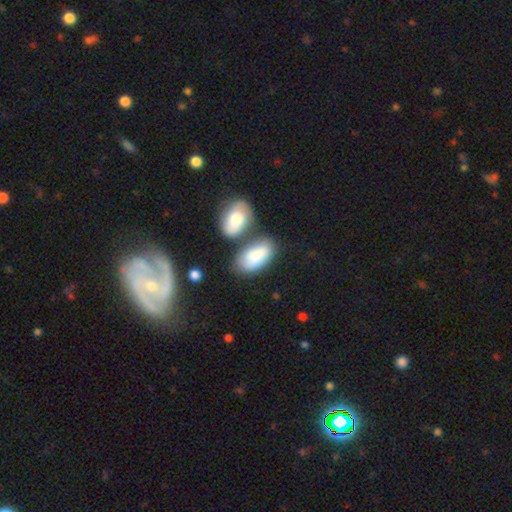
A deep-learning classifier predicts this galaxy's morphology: Smooth or featured? smooth (83%)
How rounded? in between (93%)
Merging? none (44%)